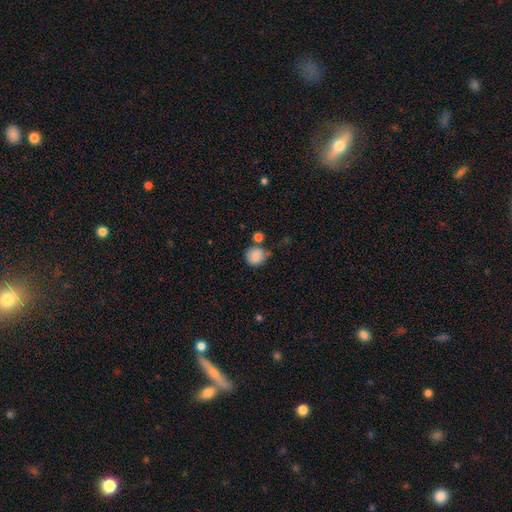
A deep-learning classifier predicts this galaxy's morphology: Smooth or featured? smooth (85%)
How rounded? round (86%)
Merging? none (59%)